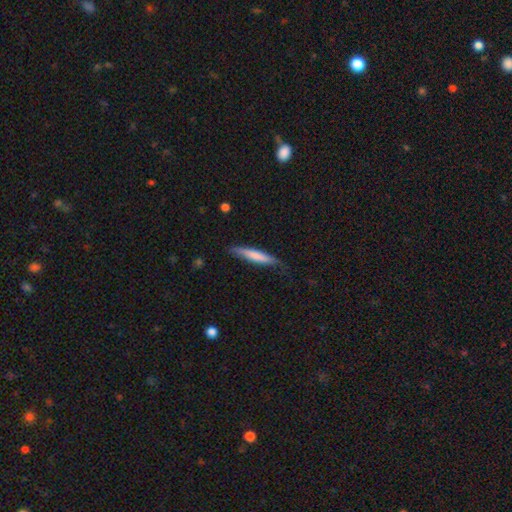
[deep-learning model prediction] Smooth or featured? smooth (70%)
How rounded? cigar-shaped (90%)
Merging? none (72%)